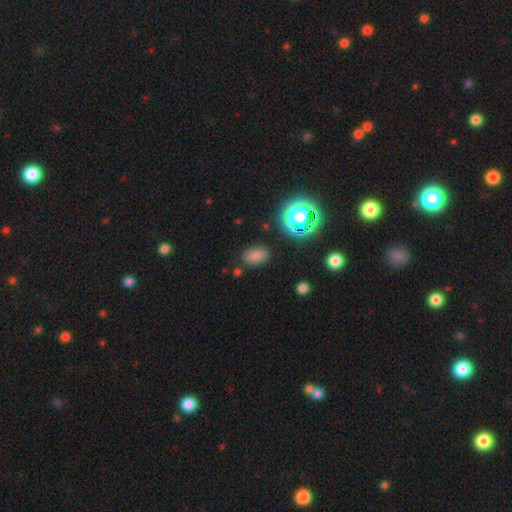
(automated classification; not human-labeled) The model was most divided on "smooth or featured": smooth: 73%, star or artifact: 19%, featured or disk: 8%. More confident: merging — none (82%); how rounded — in between (81%).